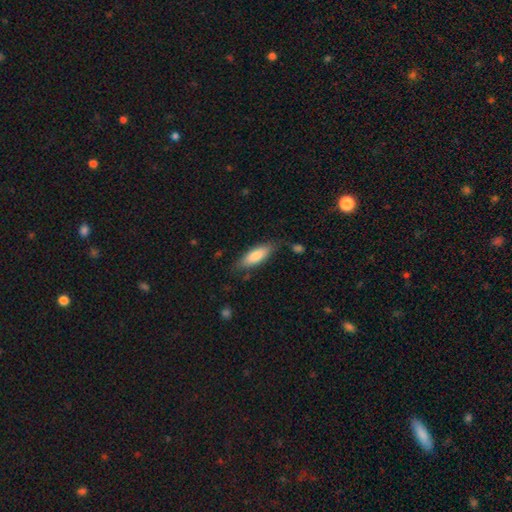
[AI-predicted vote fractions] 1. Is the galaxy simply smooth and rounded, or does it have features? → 80% smooth, 14% featured or disk, 6% star or artifact.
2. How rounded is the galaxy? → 61% in between, 37% cigar-shaped, 2% round.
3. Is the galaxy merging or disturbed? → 75% none, 18% minor disturbance, 4% major disturbance, 3% merger.